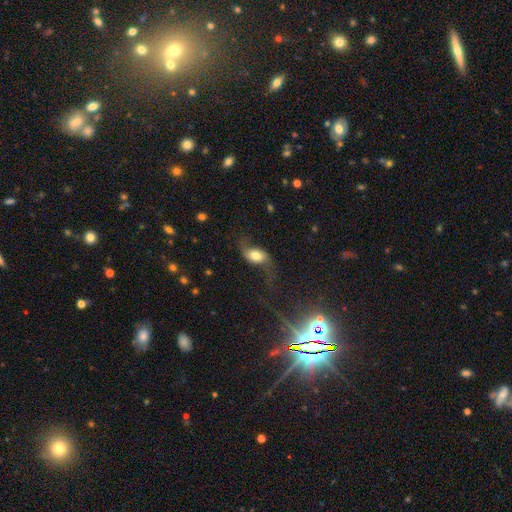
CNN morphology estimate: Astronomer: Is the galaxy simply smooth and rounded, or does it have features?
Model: featured or disk — 50% (runner-up: smooth, 41%).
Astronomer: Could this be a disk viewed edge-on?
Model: no — 92%.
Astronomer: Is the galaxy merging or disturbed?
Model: none — 52%.